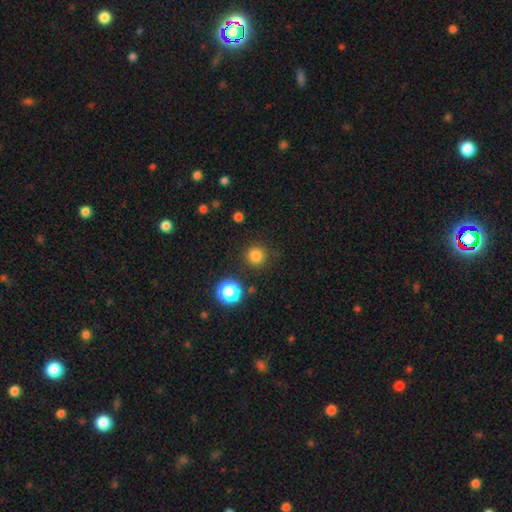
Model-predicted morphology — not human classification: Smooth or featured? smooth (81%)
How rounded? round (95%)
Merging? none (89%)